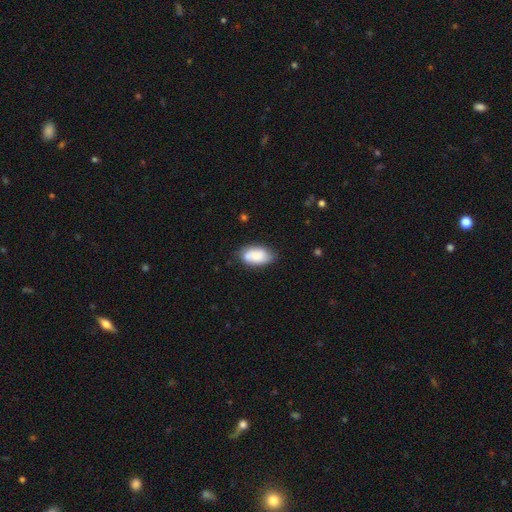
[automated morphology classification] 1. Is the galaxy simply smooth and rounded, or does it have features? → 75% smooth, 18% featured or disk, 7% star or artifact.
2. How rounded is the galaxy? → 92% in between, 5% round, 3% cigar-shaped.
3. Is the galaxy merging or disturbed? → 64% none, 23% minor disturbance, 7% merger, 5% major disturbance.